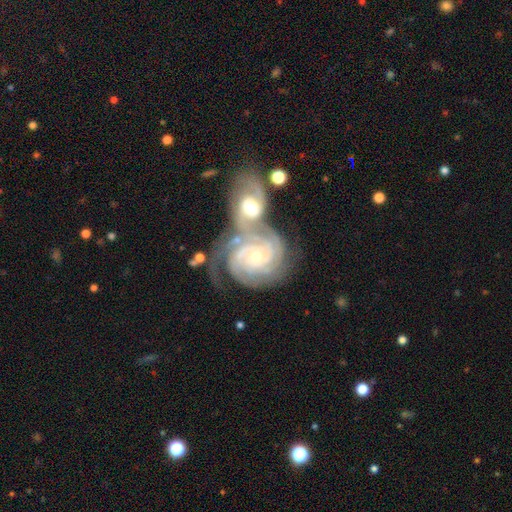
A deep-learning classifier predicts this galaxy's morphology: A featured or disk galaxy (90%) with no bar (68%), 3 (30%) tight (74%) spiral arms (98%) and a small central bulge (59%). Merging: merger (60%).